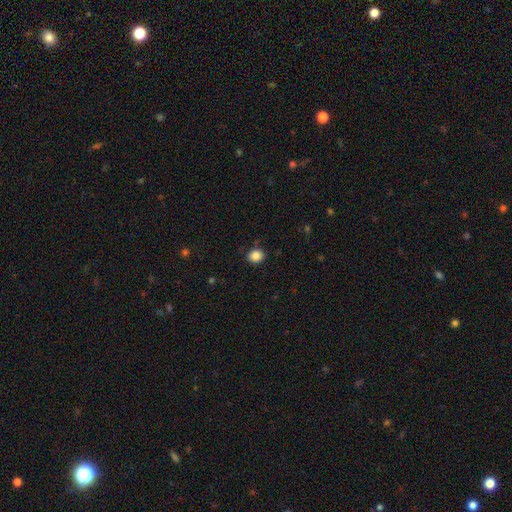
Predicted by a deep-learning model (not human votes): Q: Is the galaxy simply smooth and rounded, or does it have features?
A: smooth — 86%.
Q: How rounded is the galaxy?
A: round — 69%.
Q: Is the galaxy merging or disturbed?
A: none — 87%.